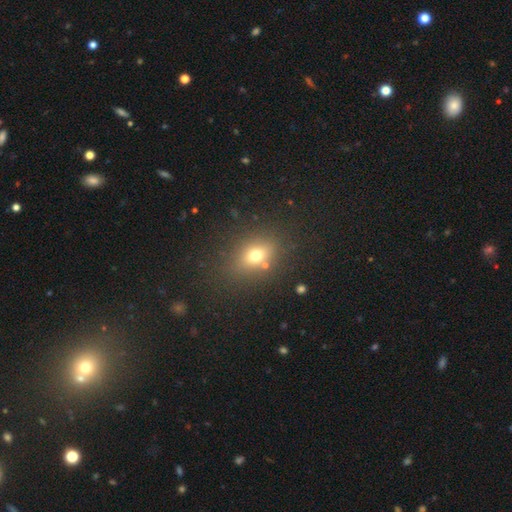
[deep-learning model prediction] This appears to be a smooth galaxy with no disk features (70%) that is in between round and cigar-shaped (56%). Merging: none (79%).